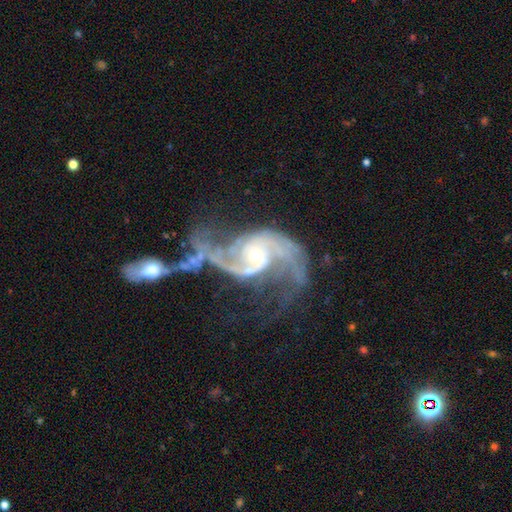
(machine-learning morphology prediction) This is clearly a featured or disk galaxy (92%). It is clearly not viewed edge-on (98%). Bar: possibly no (58%). Spiral arm pattern: clearly yes (98%). Spiral arm count: clearly 2 (84%). Spiral winding: possibly medium (48%). Central bulge: likely small (63%). Merging: marginally merger (34%).